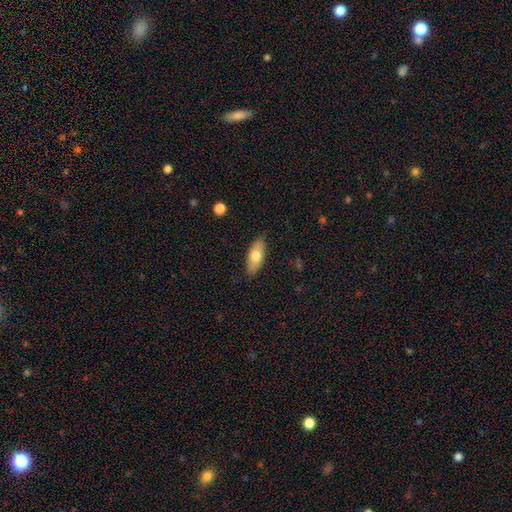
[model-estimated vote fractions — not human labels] Smooth or featured? Predicted: smooth (p=0.72). How rounded? Predicted: in between (p=0.83). Merging? Predicted: none (p=0.86).